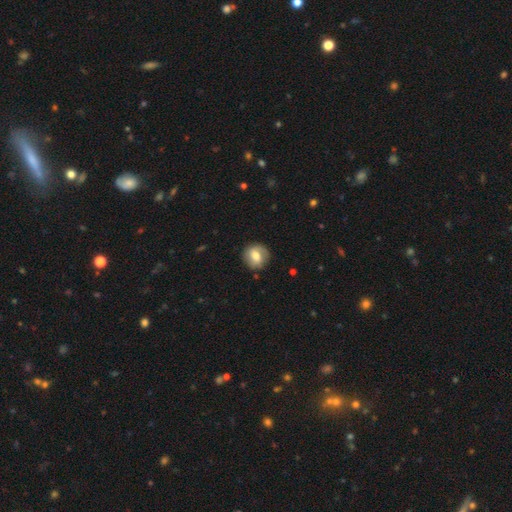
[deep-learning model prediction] smooth_or_featured: smooth (p=0.59) [alt: featured or disk p=0.34]
how_rounded: round (p=0.83) [alt: in between p=0.16]
merging: none (p=0.80) [alt: minor disturbance p=0.14]